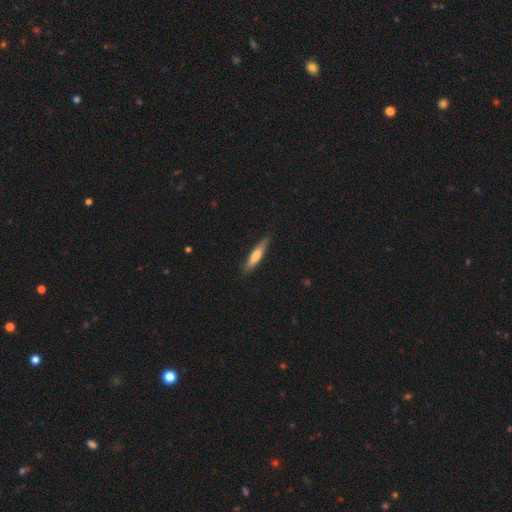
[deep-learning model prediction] Smooth or featured? Predicted: smooth (p=0.66). How rounded? Predicted: cigar-shaped (p=0.82). Merging? Predicted: none (p=0.83).